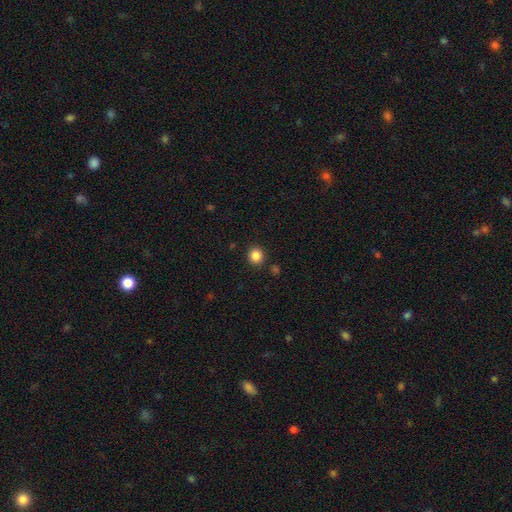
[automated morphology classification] smooth 86%, star or artifact 11%, featured or disk 3%. Down the decision tree: how rounded — round (87%); merging — none (88%).